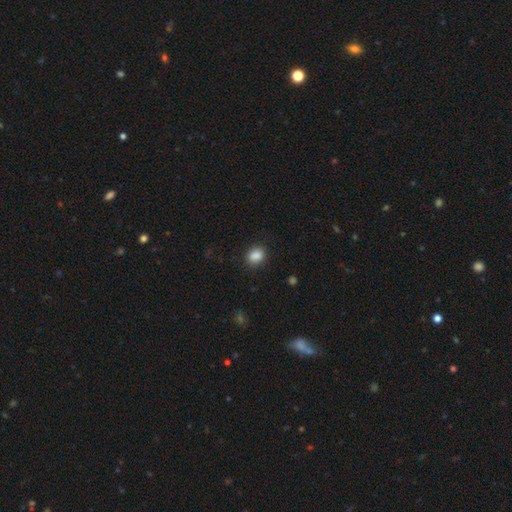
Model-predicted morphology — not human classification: smooth-or-featured: smooth: 87% | star or artifact: 9% | featured or disk: 4%
  how-rounded: in between: 54% | round: 45% | cigar-shaped: 1%
  merging: none: 85% | minor disturbance: 11% | major disturbance: 3% | merger: 1%